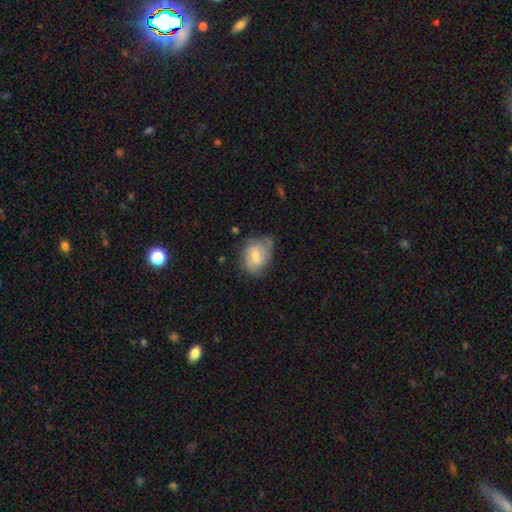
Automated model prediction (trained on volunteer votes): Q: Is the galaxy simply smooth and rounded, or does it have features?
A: featured or disk — 49%.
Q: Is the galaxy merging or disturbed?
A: none — 58%.